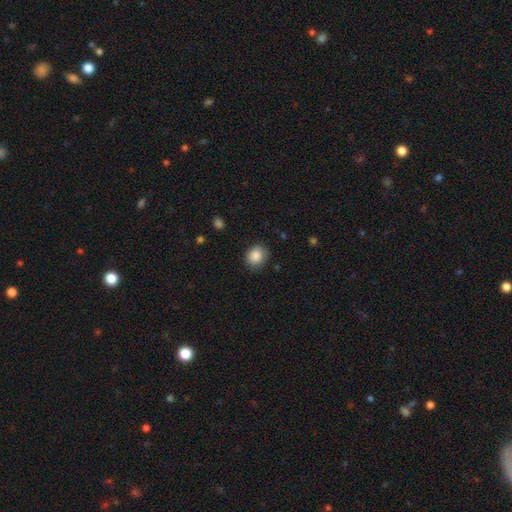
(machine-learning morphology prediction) This appears to be a smooth galaxy with no disk features (87%) that is round (65%). Merging: none (77%).